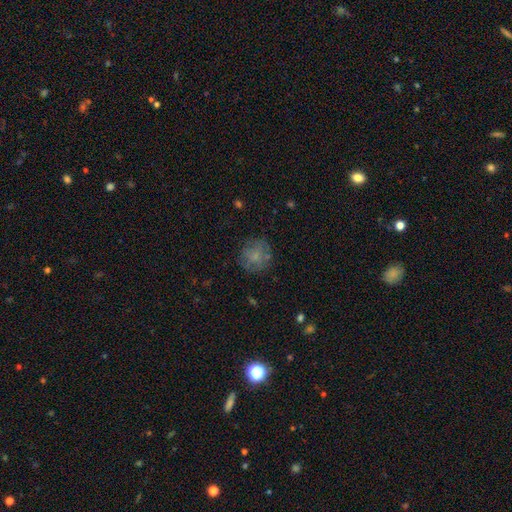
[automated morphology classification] A smooth galaxy with no disk features (67%) that is round (86%). Merging: none (73%).